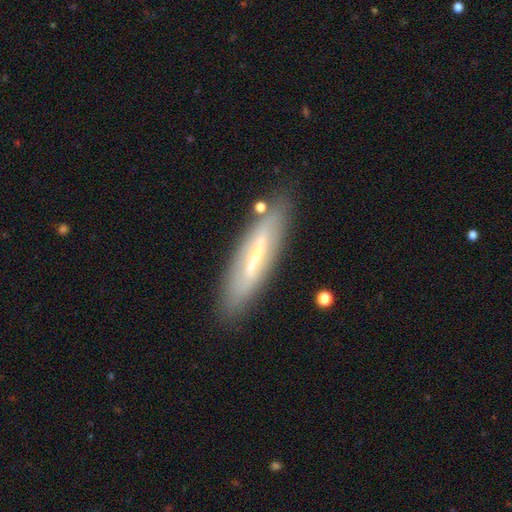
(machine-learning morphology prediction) Smooth or featured? featured or disk (61%)
Edge-on disk? yes (61%)
Merging? none (82%)